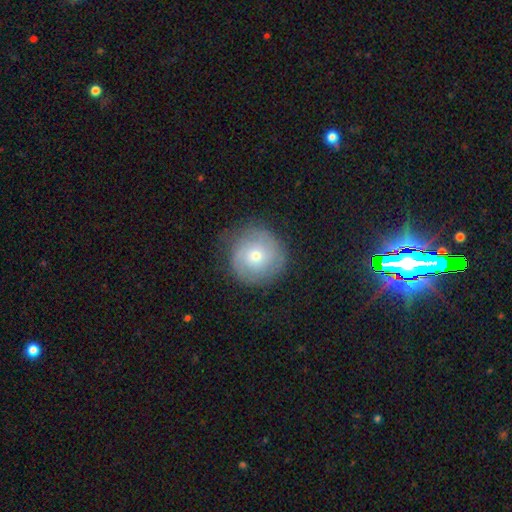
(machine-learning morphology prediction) smooth 46% (tied), featured or disk 46% (tied), star or artifact 8%. Down the decision tree: merging — none (77%).